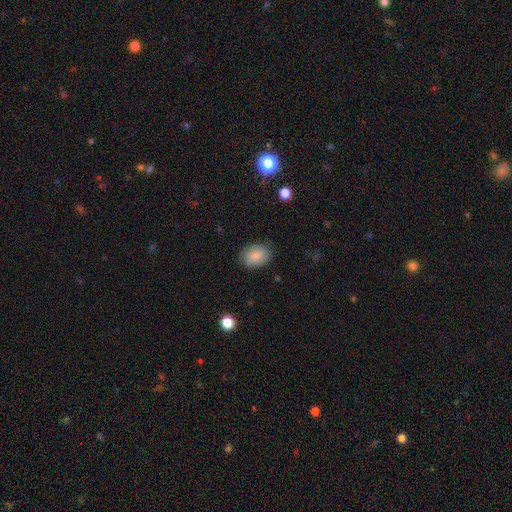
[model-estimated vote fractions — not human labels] smooth 81%, featured or disk 12%, star or artifact 7%. Down the decision tree: how rounded — in between (68%); merging — none (80%).